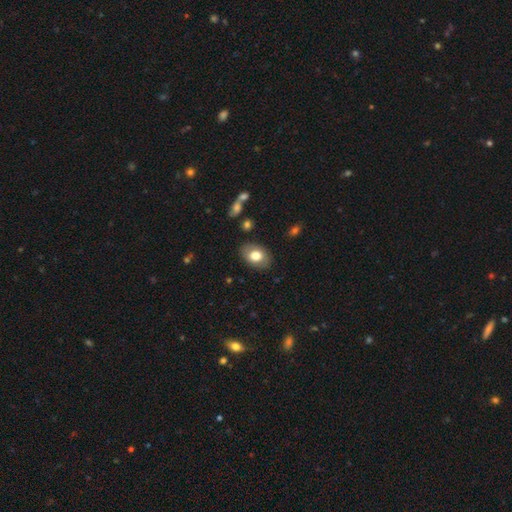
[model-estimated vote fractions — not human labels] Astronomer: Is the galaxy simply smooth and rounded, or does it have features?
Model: smooth — 76%.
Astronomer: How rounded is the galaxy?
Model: in between — 82%.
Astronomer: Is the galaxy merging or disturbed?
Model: none — 85%.